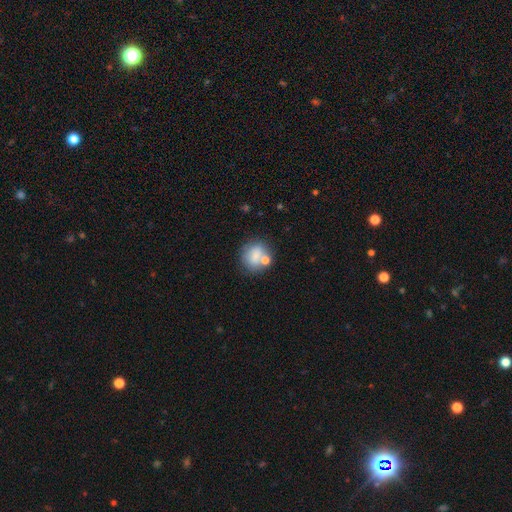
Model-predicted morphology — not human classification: Smooth or featured? Predicted: smooth (p=0.74). How rounded? Predicted: round (p=0.70). Merging? Predicted: none (p=0.56).